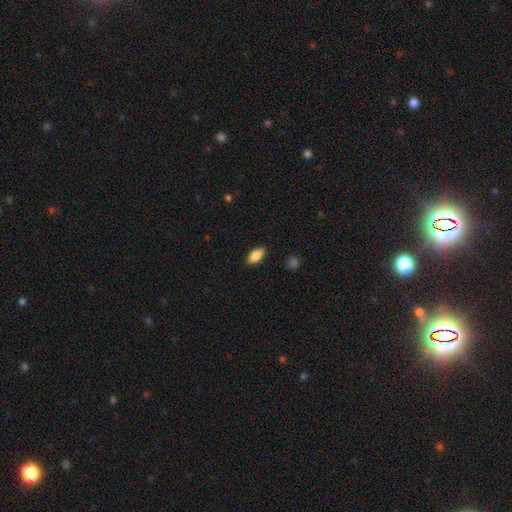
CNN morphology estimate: The model was most divided on "smooth or featured": smooth: 82%, featured or disk: 11%, star or artifact: 7%. More confident: how rounded — in between (89%); merging — none (89%).